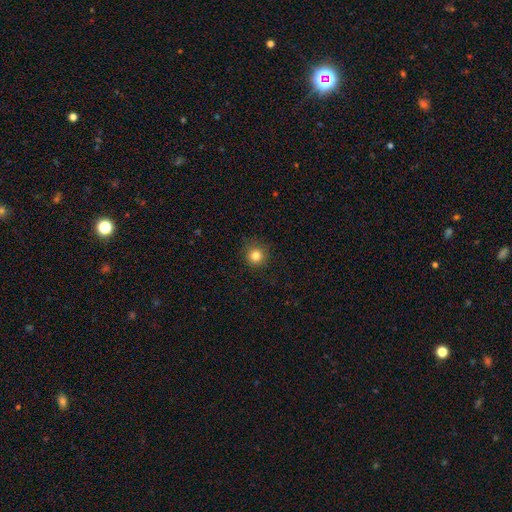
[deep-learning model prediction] Morphology: type=smooth (82%); roundness=round (95%); merging=none (89%).